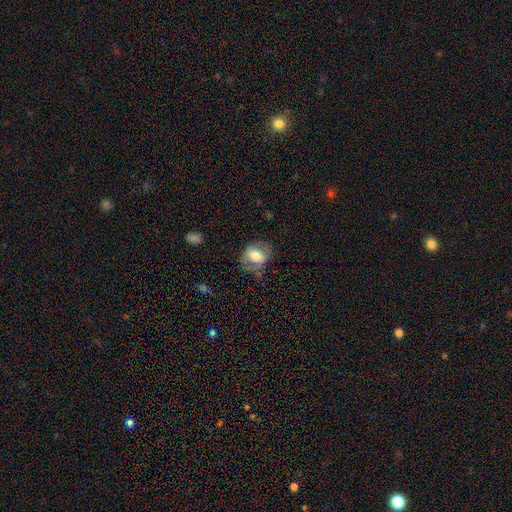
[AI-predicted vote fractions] Overall: smooth (63%; featured or disk 30%). How rounded: in between (56%; round 43%). Merging: none (64%).